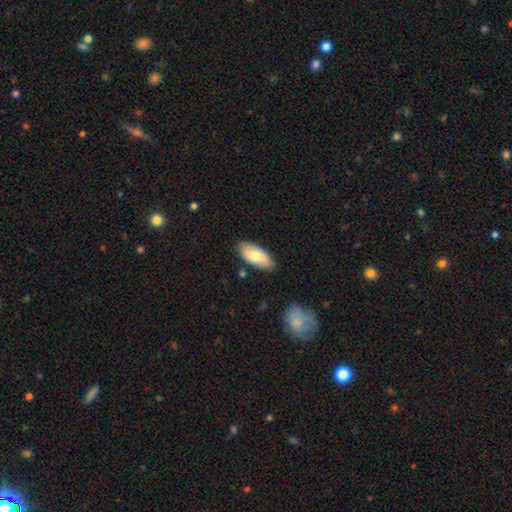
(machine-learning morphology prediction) A smooth galaxy with no disk features (77%) that is in between round and cigar-shaped (89%).

Vote fractions:
- Smooth or featured? smooth: 77% / featured or disk: 17% / star or artifact: 6%
- How rounded? in between: 89% / cigar-shaped: 9% / round: 2%
- Merging? none: 84% / minor disturbance: 12% / merger: 2% / major disturbance: 2%